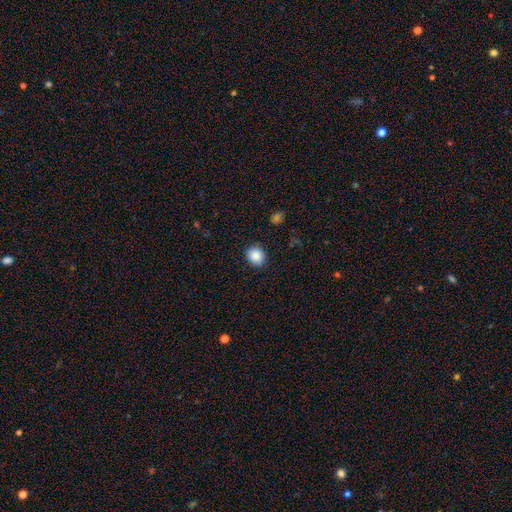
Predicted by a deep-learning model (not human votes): smooth-or-featured: smooth: 87% | star or artifact: 9% | featured or disk: 4%
  how-rounded: round: 82% | in between: 17% | cigar-shaped: 1%
  merging: none: 89% | minor disturbance: 7% | major disturbance: 2% | merger: 1%